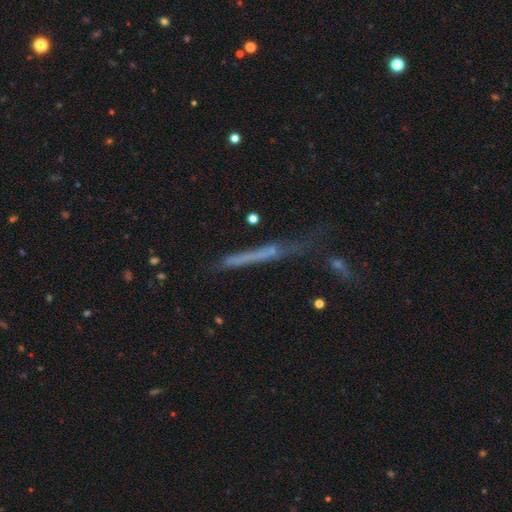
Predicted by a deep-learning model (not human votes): A featured or disk galaxy (43%, tied with smooth).

Vote fractions:
- Smooth or featured? featured or disk: 43% (tied) / smooth: 43% (tied) / star or artifact: 14%
- Merging? none: 58% / minor disturbance: 21% / major disturbance: 13% / merger: 8%